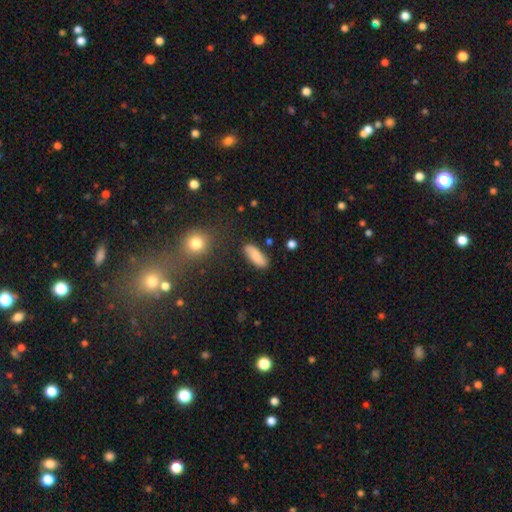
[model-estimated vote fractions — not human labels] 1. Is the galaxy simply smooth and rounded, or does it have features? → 72% smooth, 21% featured or disk, 7% star or artifact.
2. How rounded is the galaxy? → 75% in between, 22% cigar-shaped, 3% round.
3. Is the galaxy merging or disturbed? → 80% none, 13% minor disturbance, 3% merger, 3% major disturbance.